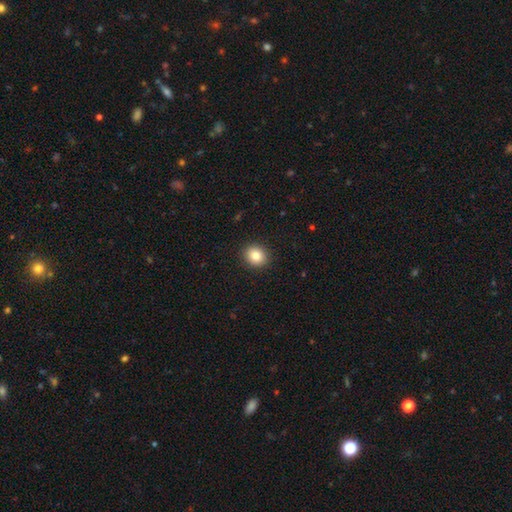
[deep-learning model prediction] The model was most divided on "how rounded": round: 71%, in between: 28%, cigar-shaped: 1%. More confident: merging — none (91%); smooth or featured — smooth (84%).